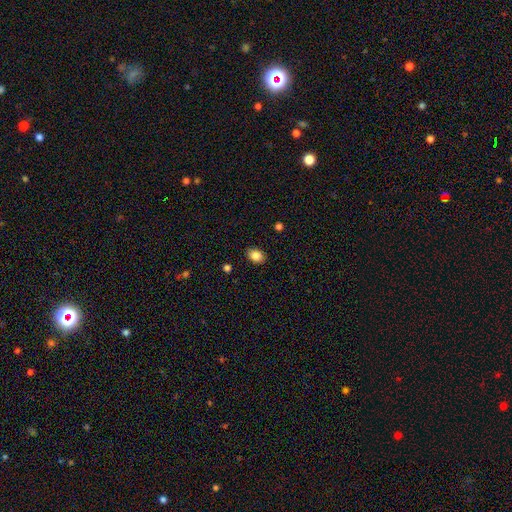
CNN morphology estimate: The model was most divided on "how rounded": in between: 73%, round: 26%, cigar-shaped: 1%. More confident: merging — none (88%); smooth or featured — smooth (86%).